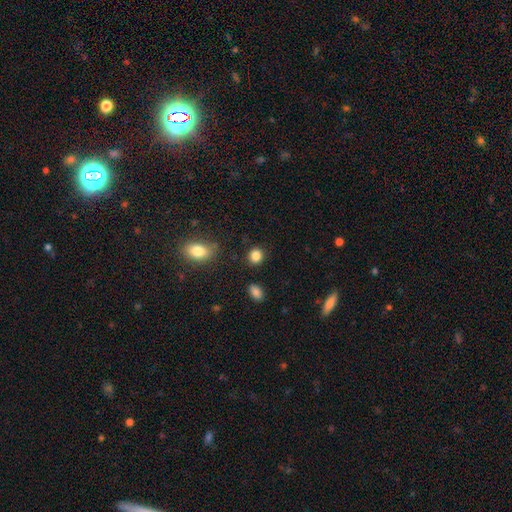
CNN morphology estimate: type=smooth (86%); roundness=round (76%); merging=none (86%).